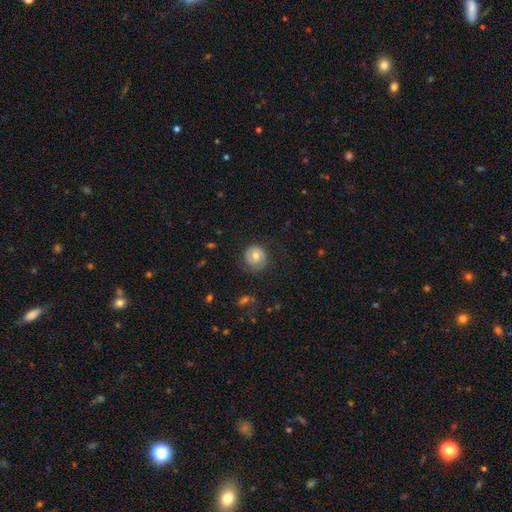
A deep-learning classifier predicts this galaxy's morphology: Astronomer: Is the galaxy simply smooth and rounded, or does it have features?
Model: smooth — 56% (runner-up: featured or disk, 36%).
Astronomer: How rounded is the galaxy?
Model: round — 88%.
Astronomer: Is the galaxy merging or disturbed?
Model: none — 75%.